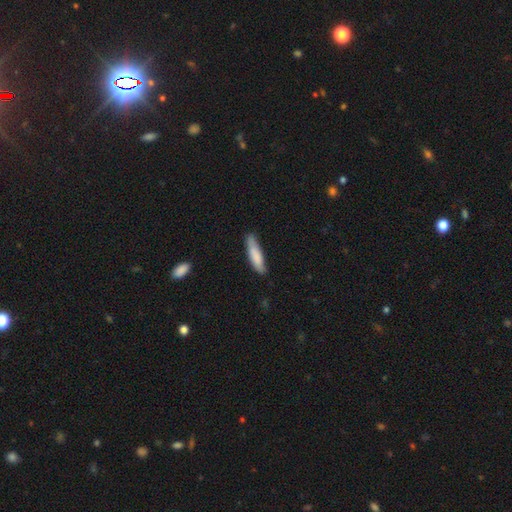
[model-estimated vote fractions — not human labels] Smooth or featured? smooth (81%)
How rounded? cigar-shaped (76%)
Merging? none (76%)